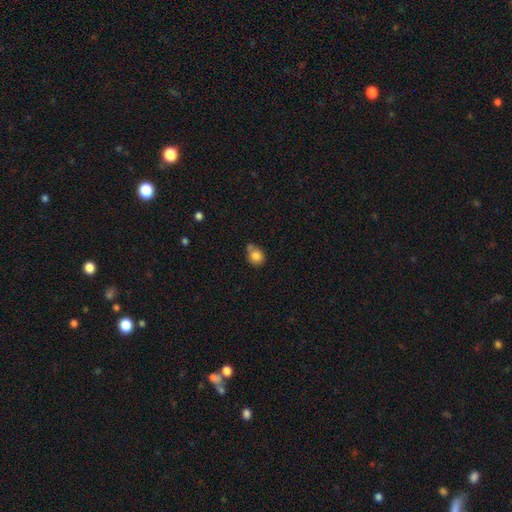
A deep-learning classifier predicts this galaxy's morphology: This appears to be a smooth galaxy with no disk features (82%) that is round (66%). Merging: none (50%).